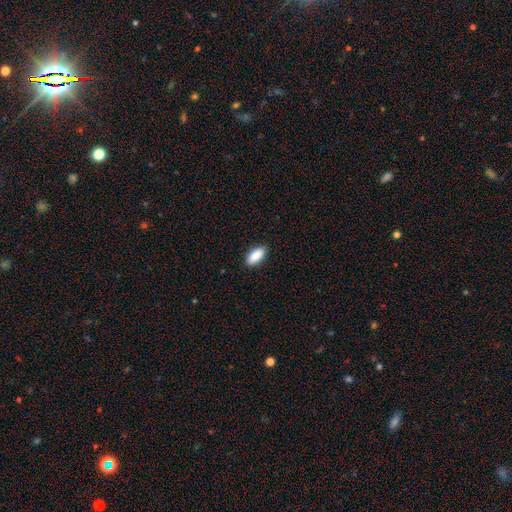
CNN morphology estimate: Smooth or featured: smooth — 89% (star or artifact — 6%)
How rounded: in between — 89% (cigar-shaped — 9%)
Merging: none — 88% (minor disturbance — 9%)